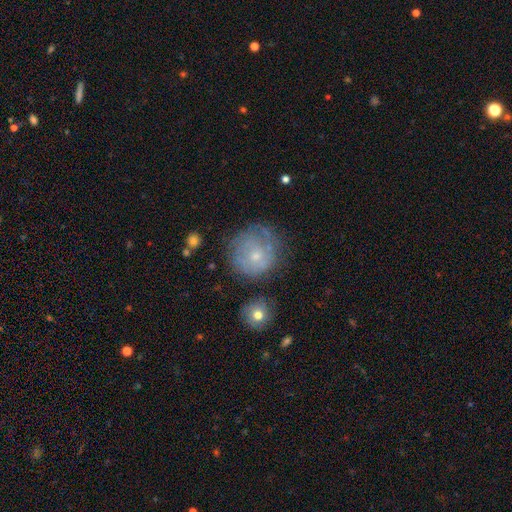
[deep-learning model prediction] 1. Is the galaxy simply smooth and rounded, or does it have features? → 46% featured or disk, 45% smooth, 9% star or artifact.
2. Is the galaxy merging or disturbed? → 58% none, 24% minor disturbance, 14% major disturbance, 4% merger.